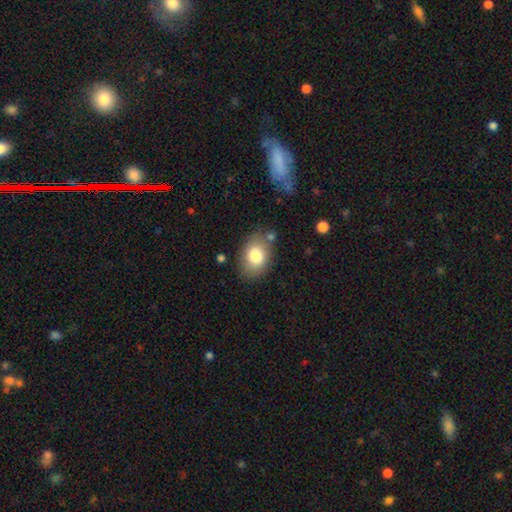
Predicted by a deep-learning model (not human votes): This is likely a smooth galaxy (79%). How rounded: likely in between (80%). Merging: likely none (78%).